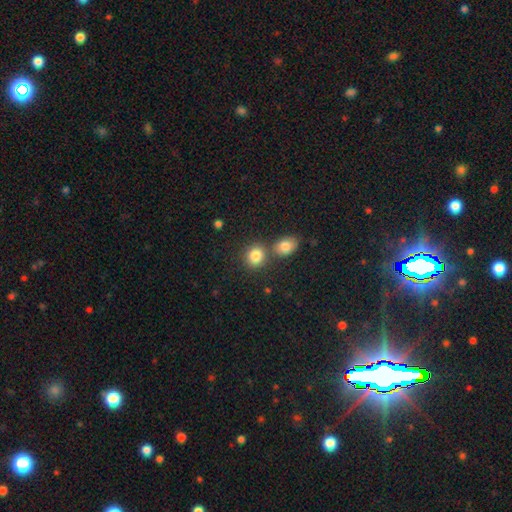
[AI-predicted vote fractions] Smooth or featured? smooth (84%)
How rounded? round (68%)
Merging? none (60%)